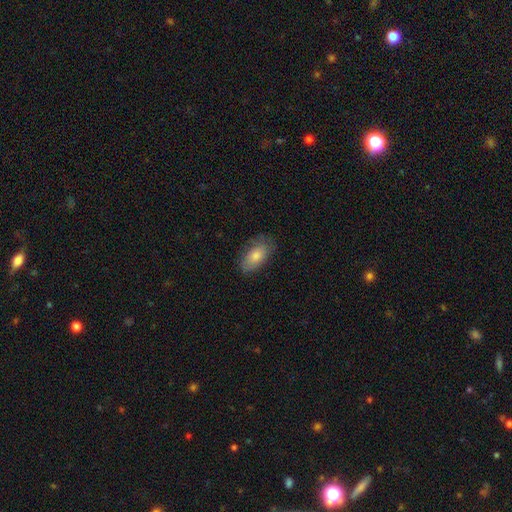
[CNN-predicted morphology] Smooth or featured? smooth (75%)
How rounded? in between (91%)
Merging? none (78%)